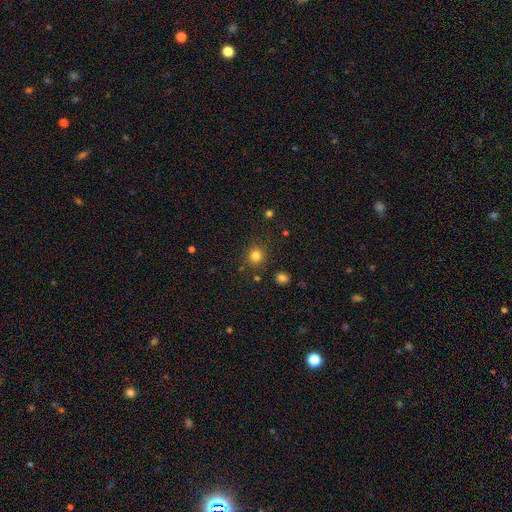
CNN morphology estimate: smooth-or-featured: smooth: 81% | star or artifact: 13% | featured or disk: 5%
  how-rounded: round: 85% | in between: 14% | cigar-shaped: 1%
  merging: none: 85% | minor disturbance: 9% | merger: 4% | major disturbance: 3%